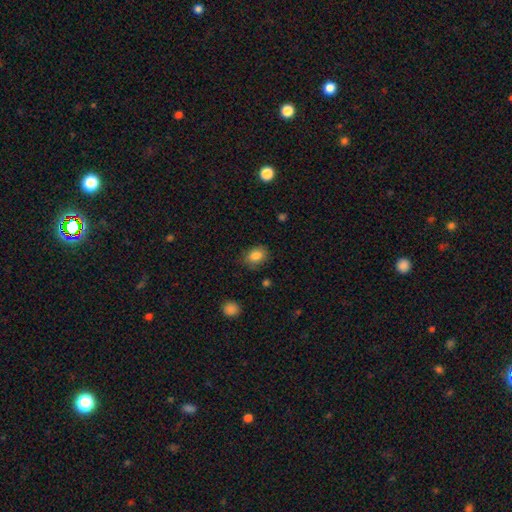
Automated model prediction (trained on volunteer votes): Q: Smooth or featured?
A: smooth (84%); runner-up: star or artifact (9%)
Q: How rounded?
A: in between (67%); runner-up: round (32%)
Q: Merging?
A: none (81%); runner-up: minor disturbance (15%)